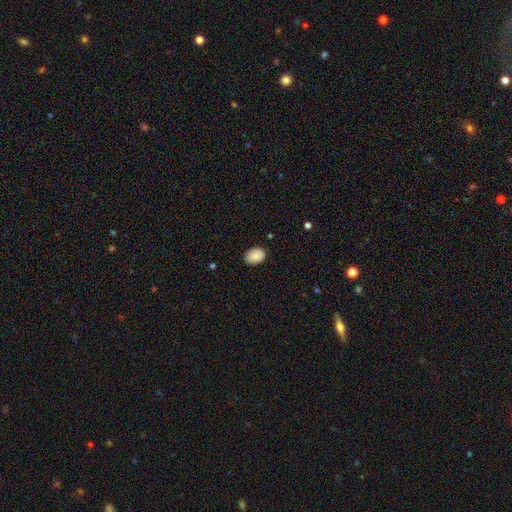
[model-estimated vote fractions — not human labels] The model was most divided on "how rounded": in between: 74%, round: 25%, cigar-shaped: 1%. More confident: smooth or featured — smooth (87%); merging — none (83%).